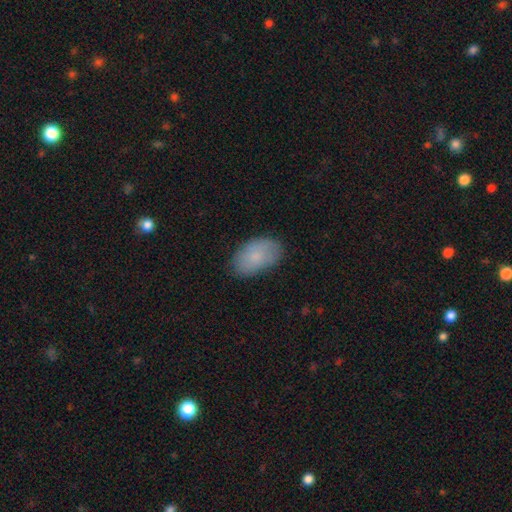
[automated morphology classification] smooth 79%, featured or disk 14%, star or artifact 7%. Down the decision tree: how rounded — in between (93%); merging — none (78%).